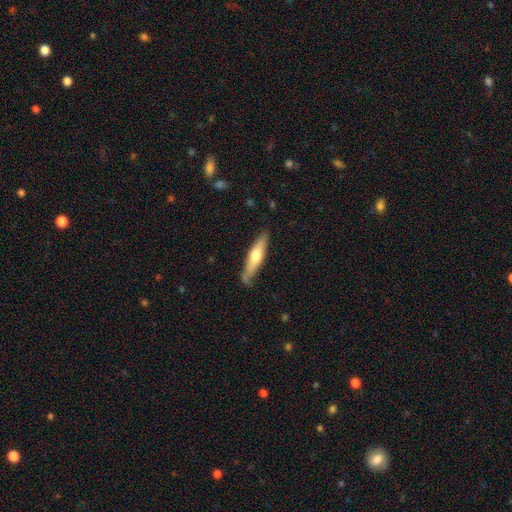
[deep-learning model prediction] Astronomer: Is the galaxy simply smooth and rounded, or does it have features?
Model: smooth — 54% (runner-up: featured or disk, 41%).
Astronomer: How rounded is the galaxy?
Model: cigar-shaped — 79%.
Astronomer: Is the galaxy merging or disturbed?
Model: none — 75%.